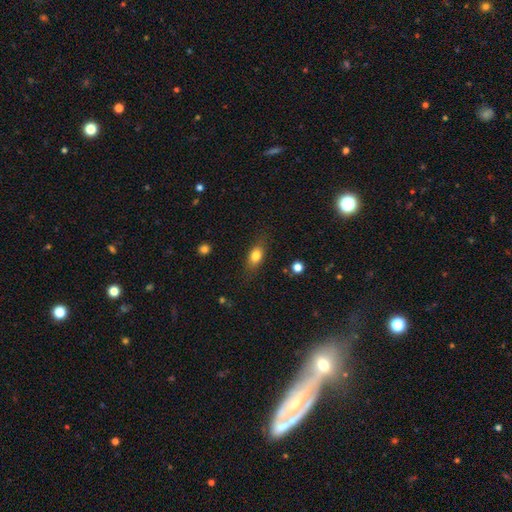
Smooth or featured?
  - smooth: 78% *
  - featured or disk: 22%
  - star or artifact: 0%
How rounded?
  - in between: 87% *
  - cigar-shaped: 13%
  - round: 0%
Merging?
  - none: 68% *
  - minor disturbance: 25%
  - major disturbance: 8%
  - merger: 0%